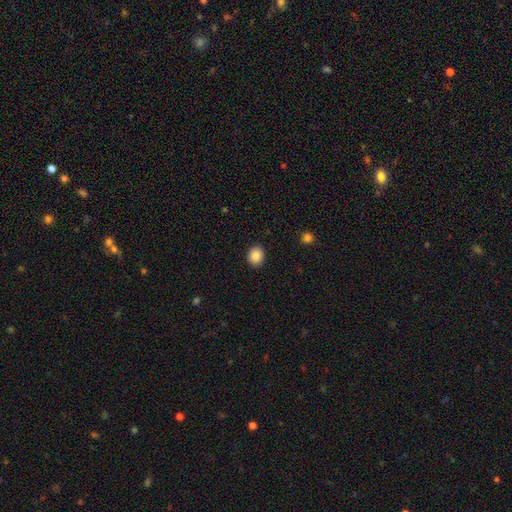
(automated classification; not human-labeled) Smooth or featured: smooth — 88% (star or artifact — 9%)
How rounded: round — 64% (in between — 36%)
Merging: none — 91% (minor disturbance — 6%)